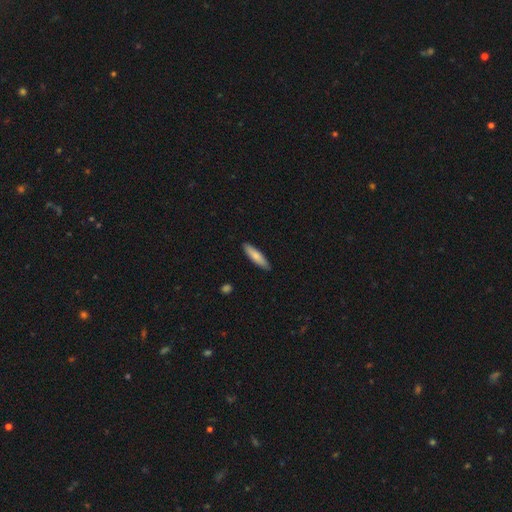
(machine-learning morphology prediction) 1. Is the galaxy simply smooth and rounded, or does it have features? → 78% smooth, 17% featured or disk, 5% star or artifact.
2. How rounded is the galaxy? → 76% cigar-shaped, 23% in between, 1% round.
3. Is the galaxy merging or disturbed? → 89% none, 8% minor disturbance, 1% major disturbance, 1% merger.